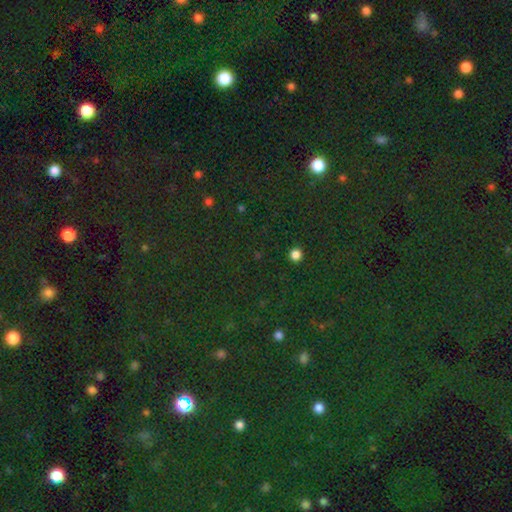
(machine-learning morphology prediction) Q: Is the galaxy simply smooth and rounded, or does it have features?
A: star or artifact — 79%.